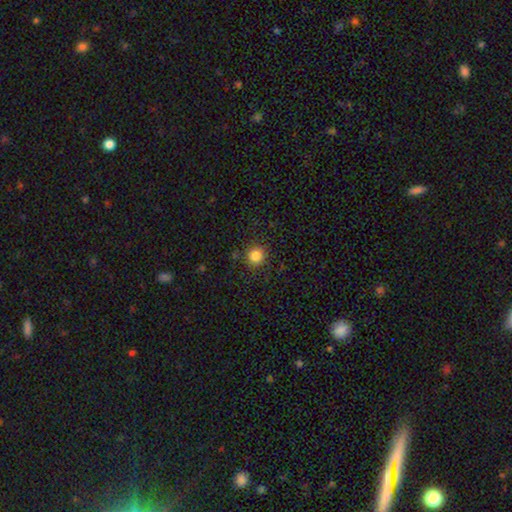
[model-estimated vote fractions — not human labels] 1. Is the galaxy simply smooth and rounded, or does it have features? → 83% smooth, 12% star or artifact, 5% featured or disk.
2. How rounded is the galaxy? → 92% round, 7% in between, 1% cigar-shaped.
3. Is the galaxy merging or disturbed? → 88% none, 8% minor disturbance, 3% major disturbance, 2% merger.